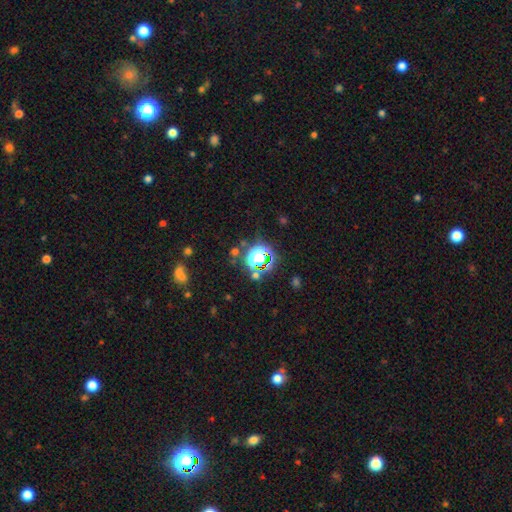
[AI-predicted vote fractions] Smooth or featured?
  - star or artifact: 58% *
  - smooth: 31%
  - featured or disk: 11%